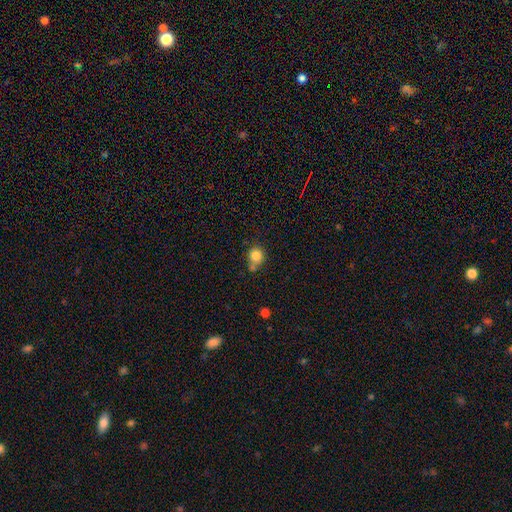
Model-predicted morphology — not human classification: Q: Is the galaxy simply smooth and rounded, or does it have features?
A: smooth — 83%.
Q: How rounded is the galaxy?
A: round — 80%.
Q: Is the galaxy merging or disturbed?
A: none — 54%.